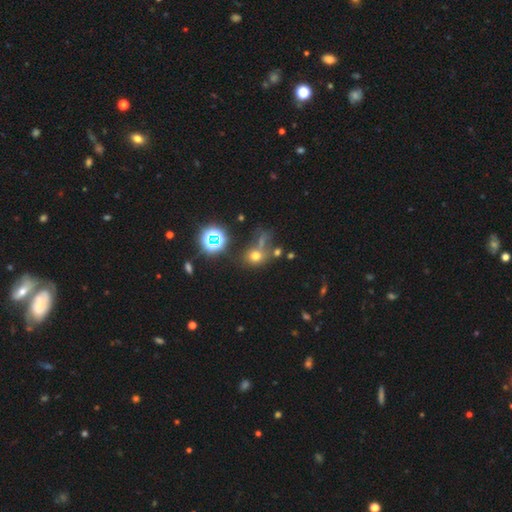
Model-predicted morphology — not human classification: type=smooth (59%); roundness=round (73%); merging=none (52%).